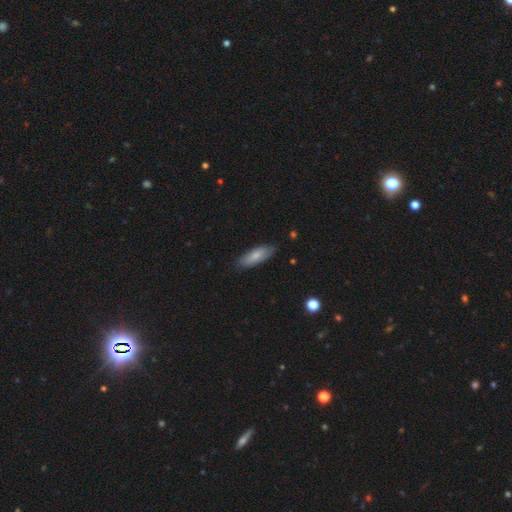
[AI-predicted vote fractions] A smooth galaxy with no disk features (79%) that is in between round and cigar-shaped (61%).

Vote fractions:
- Smooth or featured? smooth: 79% / featured or disk: 15% / star or artifact: 6%
- How rounded? in between: 61% / cigar-shaped: 37% / round: 2%
- Merging? none: 83% / minor disturbance: 13% / major disturbance: 2% / merger: 1%